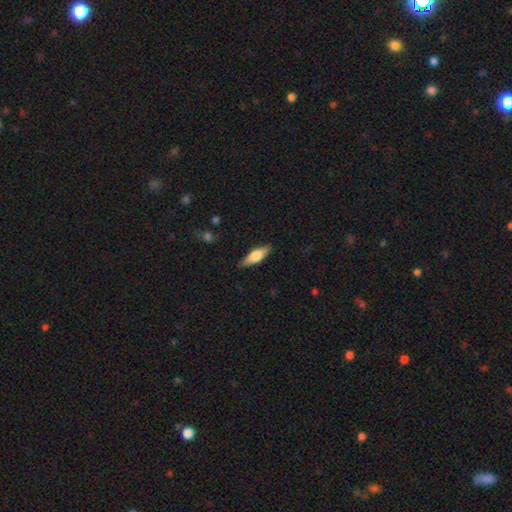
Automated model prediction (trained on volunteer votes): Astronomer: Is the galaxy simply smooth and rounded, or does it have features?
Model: smooth — 57% (runner-up: featured or disk, 37%).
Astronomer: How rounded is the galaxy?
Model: in between — 55% (runner-up: cigar-shaped, 43%).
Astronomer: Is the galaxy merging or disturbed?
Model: none — 86%.